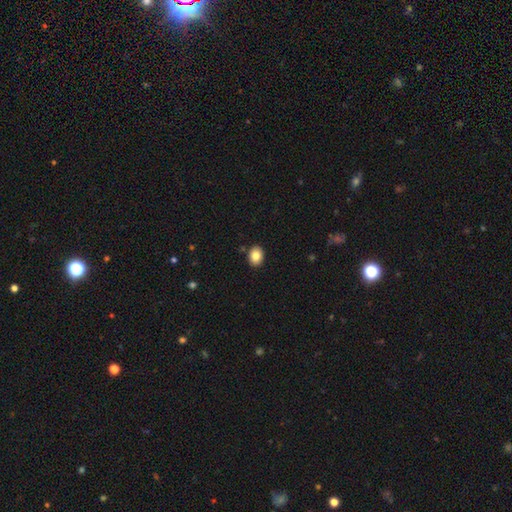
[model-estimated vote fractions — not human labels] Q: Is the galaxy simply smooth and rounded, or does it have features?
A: smooth — 85%.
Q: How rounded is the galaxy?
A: in between — 64%.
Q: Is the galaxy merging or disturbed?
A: none — 89%.